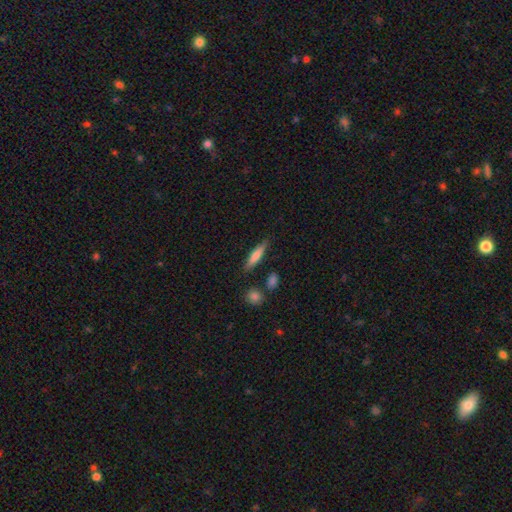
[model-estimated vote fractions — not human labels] Smooth or featured?
  - smooth: 71% *
  - featured or disk: 23%
  - star or artifact: 6%
How rounded?
  - cigar-shaped: 81% *
  - in between: 17%
  - round: 2%
Merging?
  - none: 83% *
  - minor disturbance: 11%
  - merger: 4%
  - major disturbance: 3%